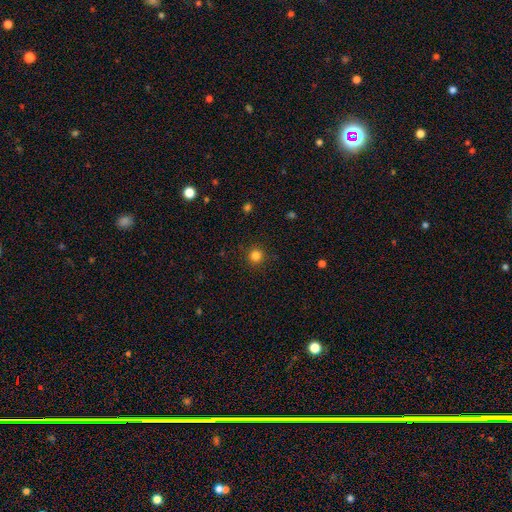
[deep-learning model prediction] Overall: smooth (83%). How rounded: round (95%). Merging: none (91%).